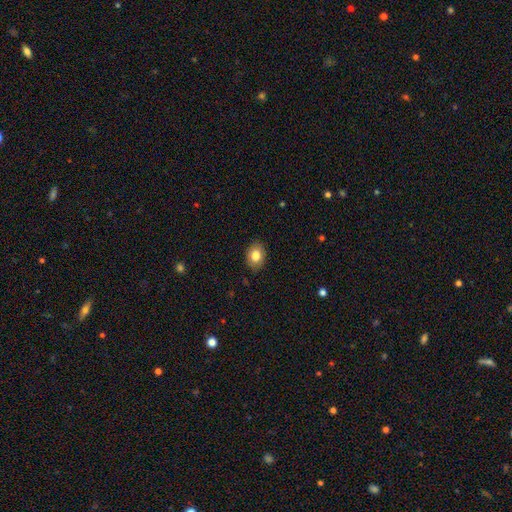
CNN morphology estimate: smooth-or-featured: smooth: 82% | featured or disk: 9% | star or artifact: 9%
  how-rounded: in between: 63% | round: 36% | cigar-shaped: 1%
  merging: none: 88% | minor disturbance: 9% | major disturbance: 2% | merger: 1%